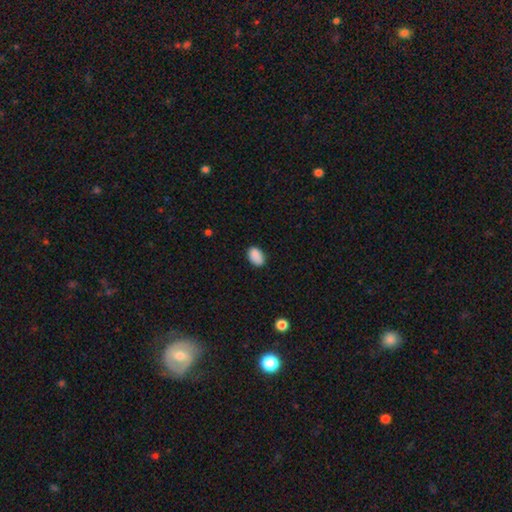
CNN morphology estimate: Overall: smooth (89%). How rounded: in between (89%). Merging: none (81%).